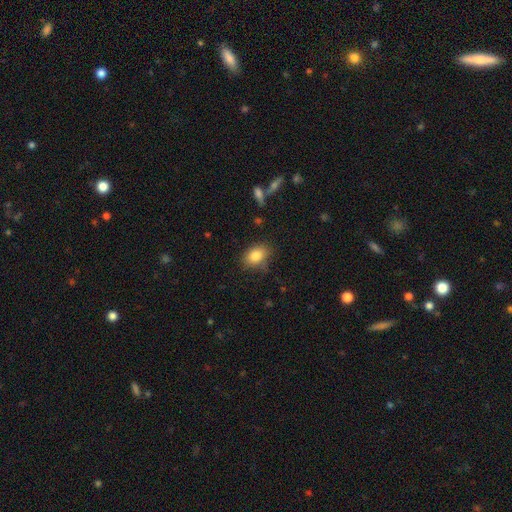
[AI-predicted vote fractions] Smooth or featured? smooth (84%)
How rounded? in between (77%)
Merging? none (75%)